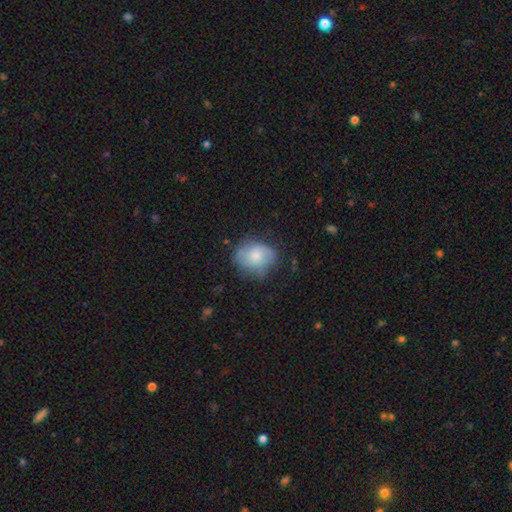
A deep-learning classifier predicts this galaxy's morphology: Smooth or featured: smooth — 61% (featured or disk — 31%)
How rounded: round — 61% (in between — 38%)
Merging: none — 62% (minor disturbance — 27%)